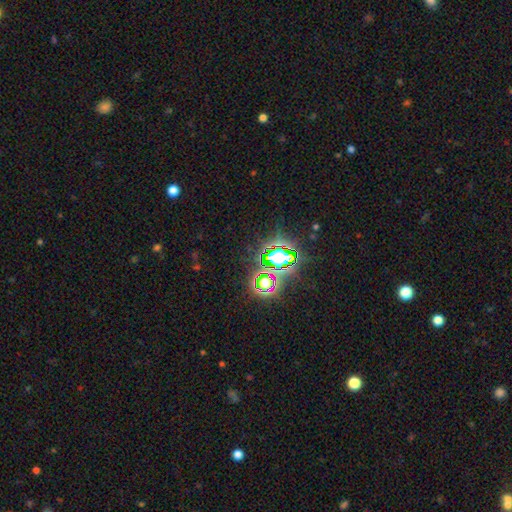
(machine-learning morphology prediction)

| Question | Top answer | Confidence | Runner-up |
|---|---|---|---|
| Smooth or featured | star or artifact | 80% | smooth (13%) |